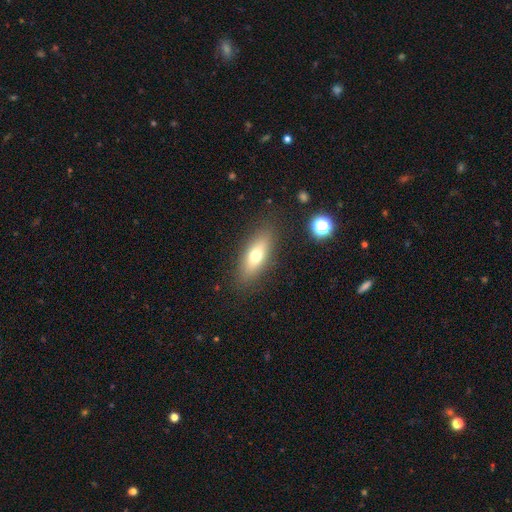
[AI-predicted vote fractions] Q: Smooth or featured?
A: smooth (66%); runner-up: featured or disk (25%)
Q: How rounded?
A: in between (66%); runner-up: cigar-shaped (30%)
Q: Merging?
A: none (86%); runner-up: minor disturbance (10%)